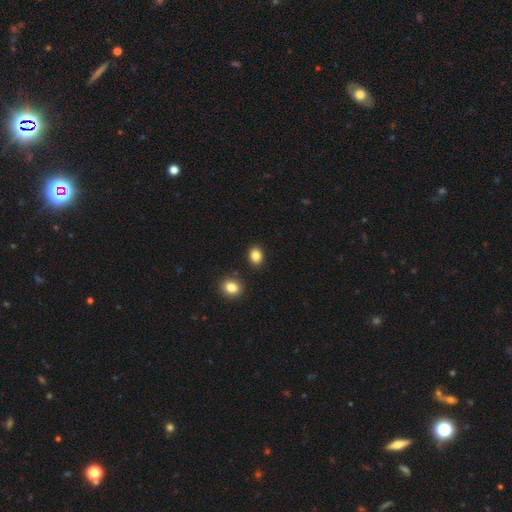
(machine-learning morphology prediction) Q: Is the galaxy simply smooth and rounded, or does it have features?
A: smooth — 86%.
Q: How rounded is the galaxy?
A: in between — 55%.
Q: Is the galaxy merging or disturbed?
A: none — 87%.